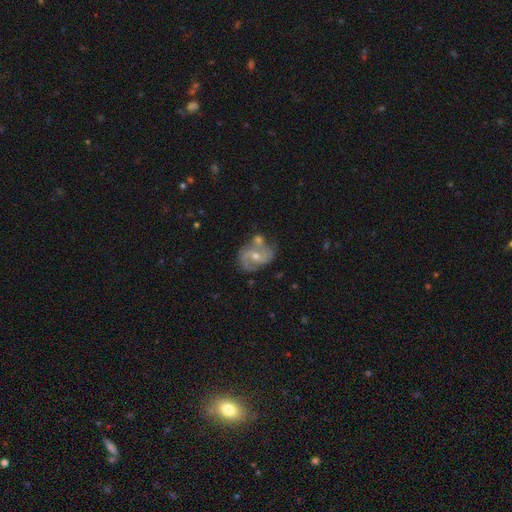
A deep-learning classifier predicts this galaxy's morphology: Overall: featured or disk (75%). Edge-on disk: no (97%). Bar: no (46%; weak 42%). Spiral arms: yes (87%). Spiral arm count: 2 (76%). Spiral winding: medium (48%; loose 27%). Bulge size: moderate (54%; small 43%). Merging: none (56%; merger 18%).